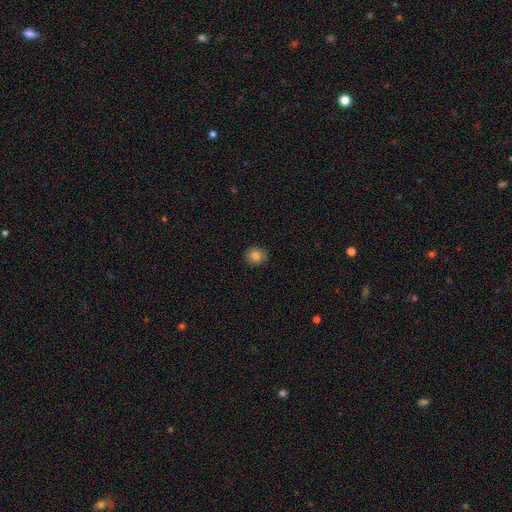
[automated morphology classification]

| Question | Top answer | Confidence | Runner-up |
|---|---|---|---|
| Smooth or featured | smooth | 83% | star or artifact (11%) |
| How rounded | round | 80% | in between (19%) |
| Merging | none | 90% | minor disturbance (8%) |